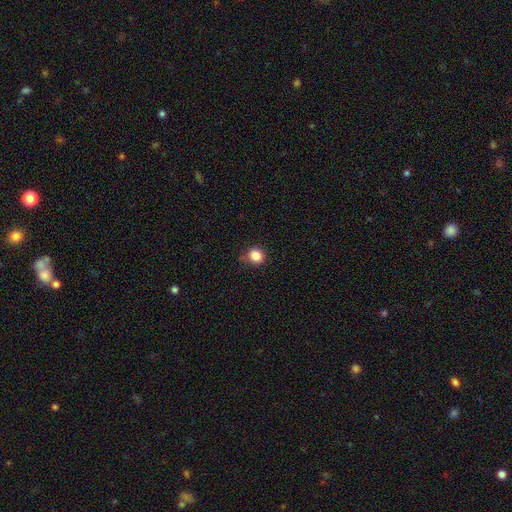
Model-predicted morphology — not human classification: The model was most divided on "merging": none: 77%, minor disturbance: 17%, major disturbance: 4%, merger: 2%. More confident: how rounded — round (89%); smooth or featured — smooth (85%).